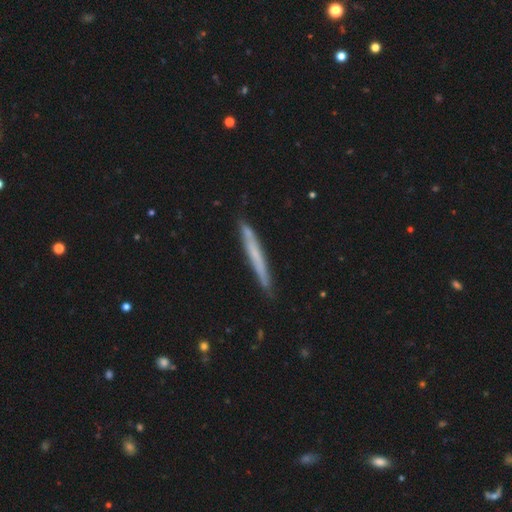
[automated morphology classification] The model was most divided on "smooth or featured": smooth: 51%, featured or disk: 43%, star or artifact: 6%. More confident: how rounded — cigar-shaped (97%); merging — none (85%).